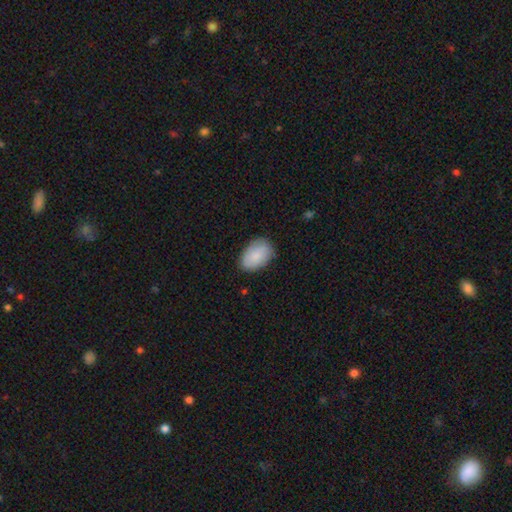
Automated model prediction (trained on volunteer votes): A smooth galaxy with no disk features (86%) that is in between round and cigar-shaped (89%).

Vote fractions:
- Smooth or featured? smooth: 86% / featured or disk: 8% / star or artifact: 6%
- How rounded? in between: 89% / round: 9% / cigar-shaped: 1%
- Merging? none: 81% / minor disturbance: 15% / major disturbance: 3% / merger: 1%